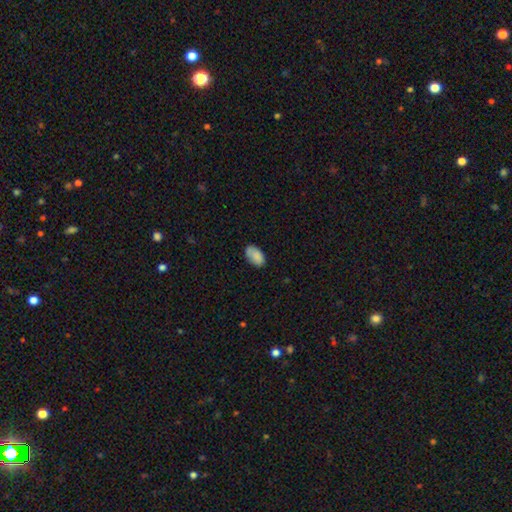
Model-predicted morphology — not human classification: A smooth galaxy with no disk features (86%) that is in between round and cigar-shaped (93%). Merging: none (75%).